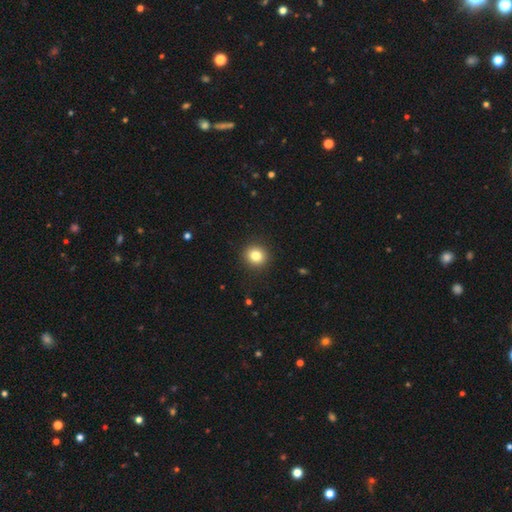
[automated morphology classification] Smooth or featured? smooth (82%)
How rounded? round (89%)
Merging? none (92%)